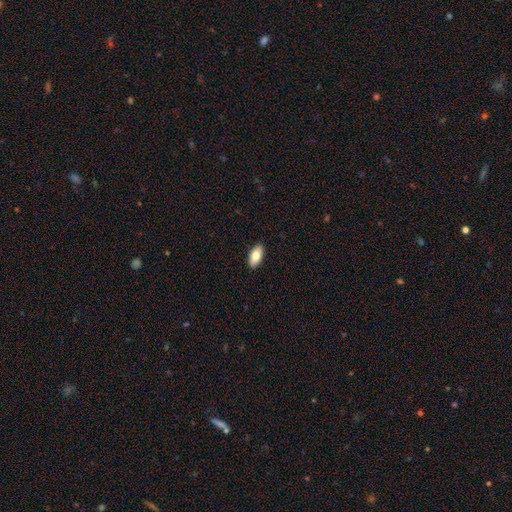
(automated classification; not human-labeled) Morphology: type=smooth (81%); roundness=in between (92%); merging=none (90%).